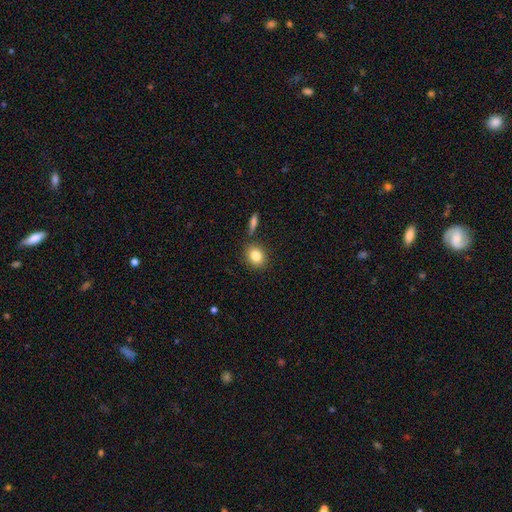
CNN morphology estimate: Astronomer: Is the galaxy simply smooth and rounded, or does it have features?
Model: smooth — 84%.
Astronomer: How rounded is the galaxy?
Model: in between — 51% (runner-up: round, 47%).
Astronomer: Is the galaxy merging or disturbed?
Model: none — 81%.